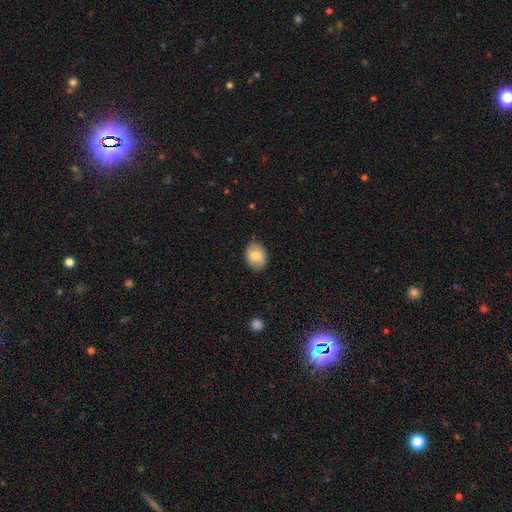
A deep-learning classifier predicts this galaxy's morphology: type=smooth (82%); roundness=in between (62%); merging=none (84%).